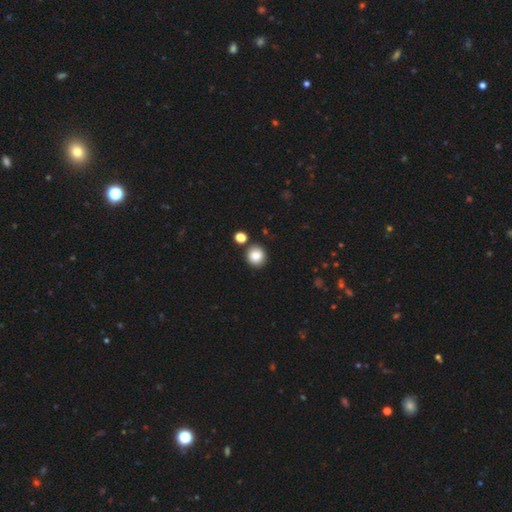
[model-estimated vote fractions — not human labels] Overall: smooth (85%). How rounded: round (84%). Merging: none (82%).